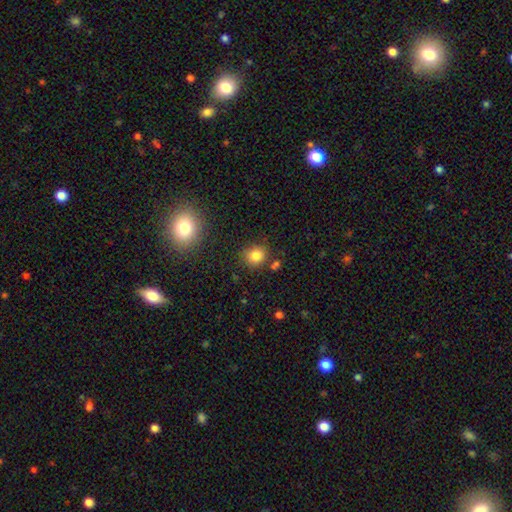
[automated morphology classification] This is clearly a smooth galaxy (81%). How rounded: likely round (77%). Merging: likely none (77%).